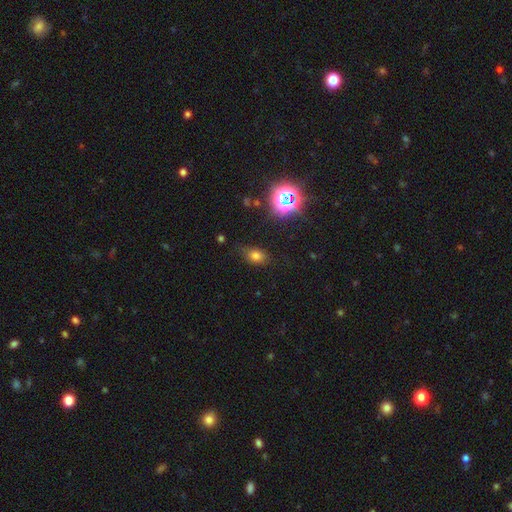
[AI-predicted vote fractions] This is likely a smooth galaxy (70%). How rounded: likely in between (74%). Merging: likely none (73%).